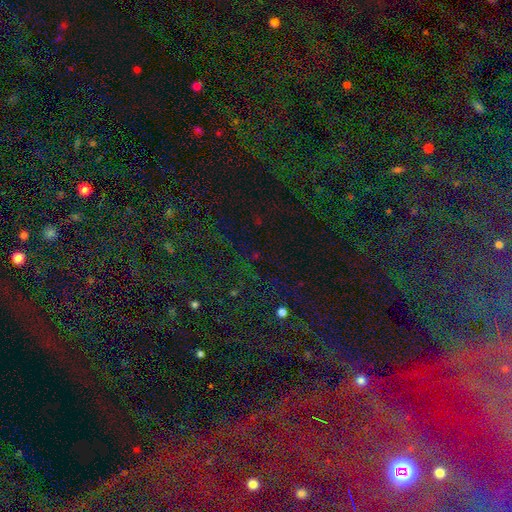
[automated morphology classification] Q: Smooth or featured?
A: star or artifact (69%); runner-up: smooth (24%)